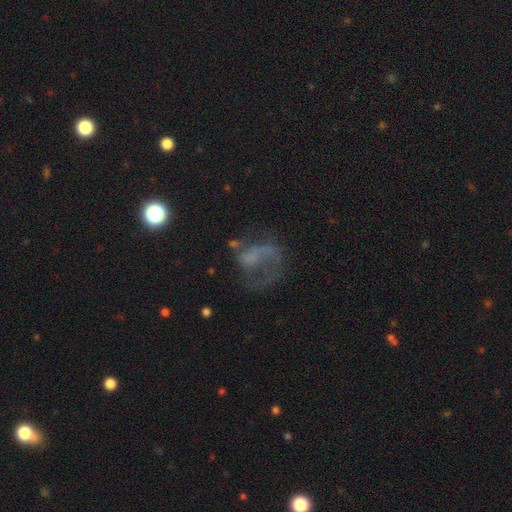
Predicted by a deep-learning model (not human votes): Smooth or featured?
  - featured or disk: 55% *
  - smooth: 26%
  - star or artifact: 19%
Edge-on disk?
  - no: 97% *
  - yes: 3%
Bar?
  - no: 73% *
  - weak: 21%
  - strong: 6%
Spiral arms?
  - yes: 50% * (tied)
  - no: 50% * (tied)
Bulge size?
  - none: 68% *
  - small: 16%
  - moderate: 10%
  - large: 4%
  - dominant: 2%
Merging?
  - major disturbance: 46% *
  - none: 33%
  - minor disturbance: 16%
  - merger: 5%